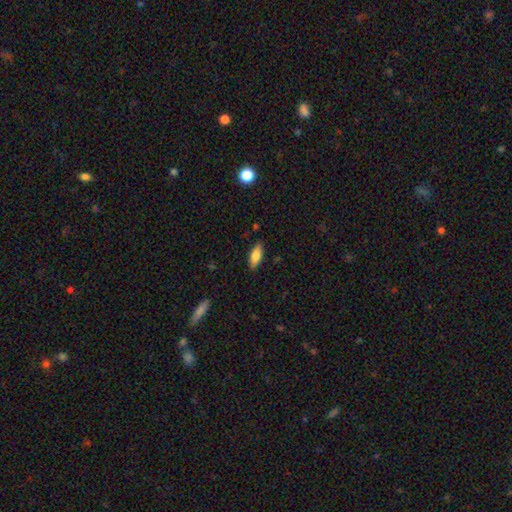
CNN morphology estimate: A smooth galaxy with no disk features (77%) that is in between round and cigar-shaped (72%). Merging: none (86%).